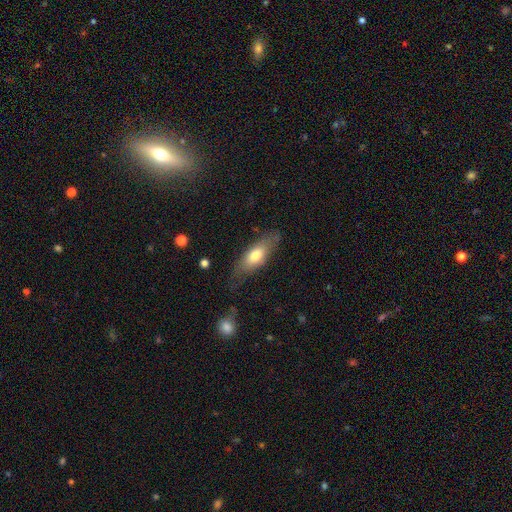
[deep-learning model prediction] smooth_or_featured: smooth (p=0.67) [alt: featured or disk p=0.27]
how_rounded: in between (p=0.67) [alt: cigar-shaped p=0.30]
merging: none (p=0.68) [alt: minor disturbance p=0.22]